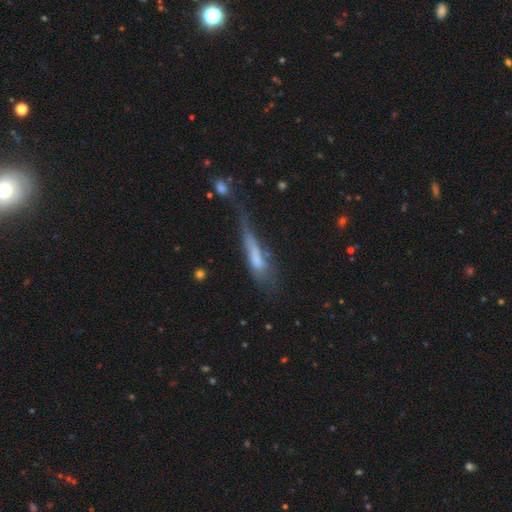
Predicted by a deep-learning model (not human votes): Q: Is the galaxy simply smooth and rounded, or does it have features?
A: smooth — 49%.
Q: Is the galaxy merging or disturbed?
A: major disturbance — 34%.